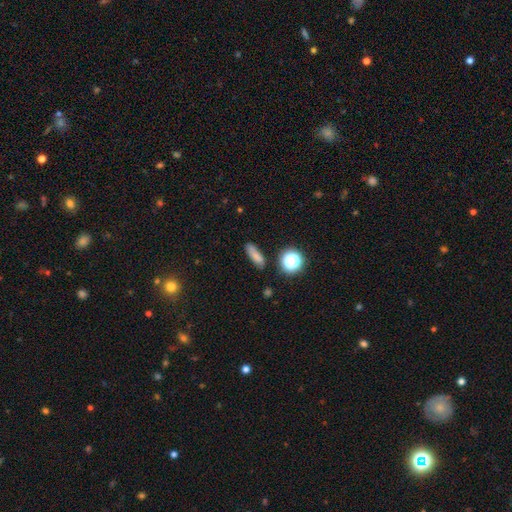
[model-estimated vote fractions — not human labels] This is likely a smooth galaxy (74%). How rounded: possibly cigar-shaped (48%). Merging: likely none (77%).